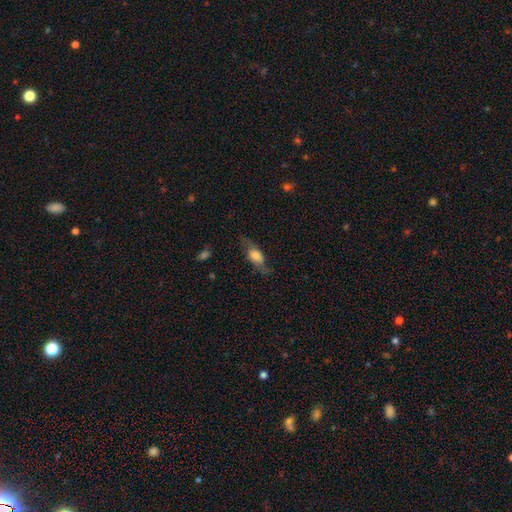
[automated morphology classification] Q: Smooth or featured?
A: smooth (50%); runner-up: featured or disk (42%)
Q: How rounded?
A: in between (69%); runner-up: cigar-shaped (25%)
Q: Merging?
A: none (67%); runner-up: minor disturbance (20%)